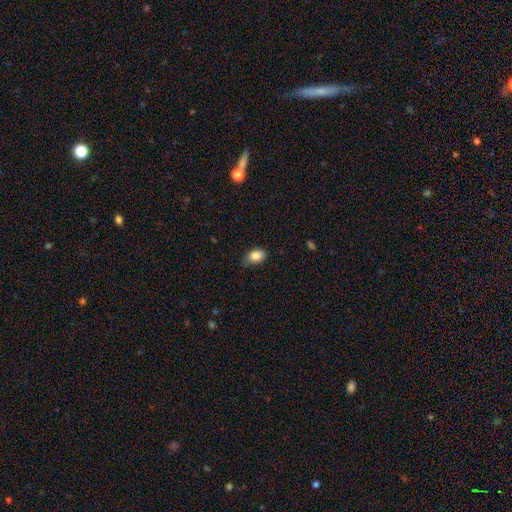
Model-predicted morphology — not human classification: A smooth galaxy with no disk features (84%) that is in between round and cigar-shaped (79%).

Vote fractions:
- Smooth or featured? smooth: 84% / star or artifact: 8% / featured or disk: 8%
- How rounded? in between: 79% / round: 20% / cigar-shaped: 1%
- Merging? none: 62% / minor disturbance: 31% / major disturbance: 6% / merger: 1%